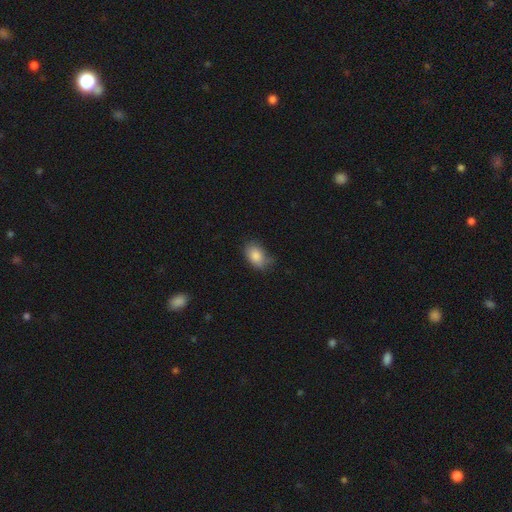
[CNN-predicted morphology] Smooth or featured? Predicted: smooth (p=0.85). How rounded? Predicted: in between (p=0.86). Merging? Predicted: none (p=0.63).